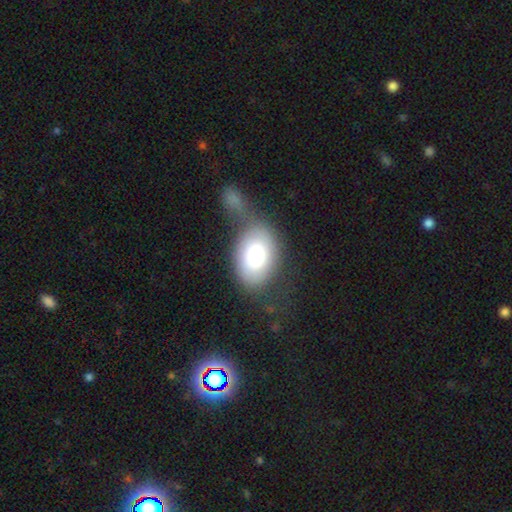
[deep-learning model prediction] A smooth galaxy with no disk features (76%) that is in between round and cigar-shaped (79%).

Vote fractions:
- Smooth or featured? smooth: 76% / featured or disk: 17% / star or artifact: 7%
- How rounded? in between: 79% / round: 20% / cigar-shaped: 1%
- Merging? none: 40% / merger: 28% / minor disturbance: 18% / major disturbance: 14%